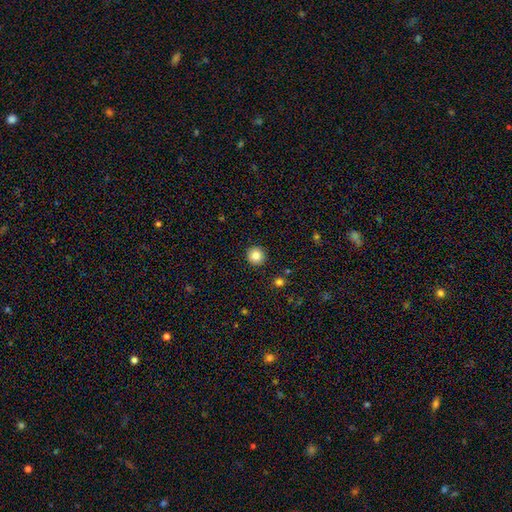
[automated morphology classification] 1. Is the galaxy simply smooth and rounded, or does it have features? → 84% smooth, 10% star or artifact, 6% featured or disk.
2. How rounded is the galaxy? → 95% round, 4% in between, 1% cigar-shaped.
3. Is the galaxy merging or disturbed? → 93% none, 5% minor disturbance, 2% major disturbance, 1% merger.